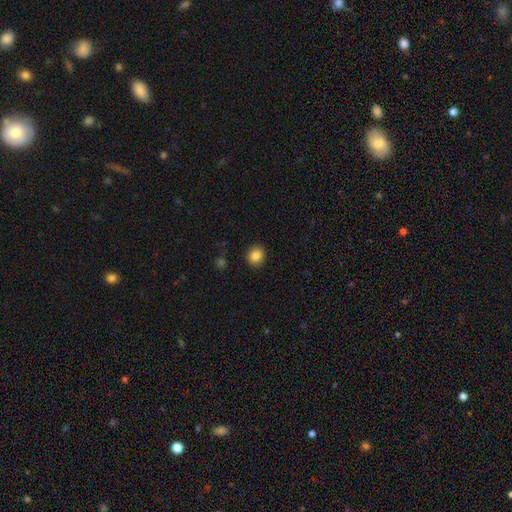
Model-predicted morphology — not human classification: This appears to be a smooth galaxy with no disk features (86%) that is round (76%). Merging: none (90%).